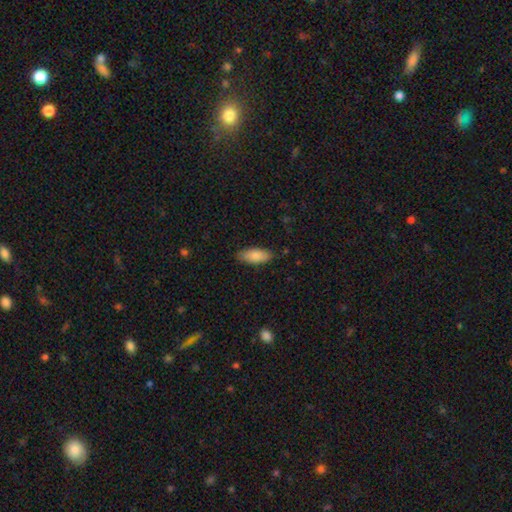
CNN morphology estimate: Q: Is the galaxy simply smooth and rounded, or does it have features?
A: smooth — 83%.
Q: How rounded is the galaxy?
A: in between — 82%.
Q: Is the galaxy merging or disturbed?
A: none — 83%.